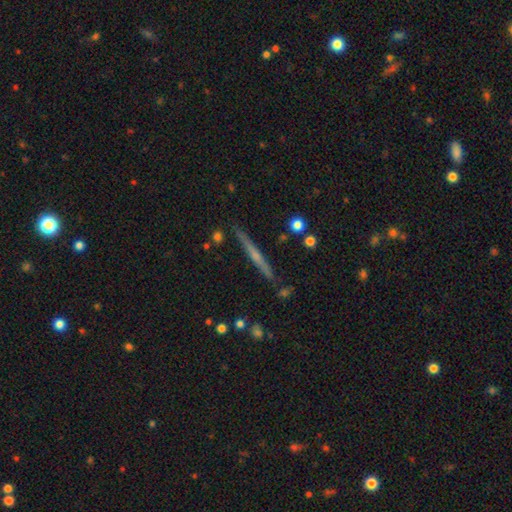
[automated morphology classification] smooth-or-featured: featured or disk: 68% | smooth: 25% | star or artifact: 7%
  disk-edge-on: yes: 98% | no: 2%
    edge-on-bulge: rounded: 56% | none: 39% | boxy: 5%
  merging: none: 88% | minor disturbance: 8% | merger: 2% | major disturbance: 2%